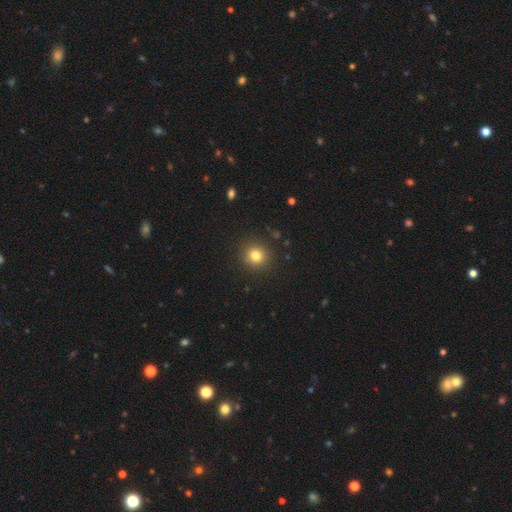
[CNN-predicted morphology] smooth_or_featured: smooth (p=0.80) [alt: star or artifact p=0.13]
how_rounded: round (p=0.92) [alt: in between p=0.07]
merging: none (p=0.90) [alt: minor disturbance p=0.06]